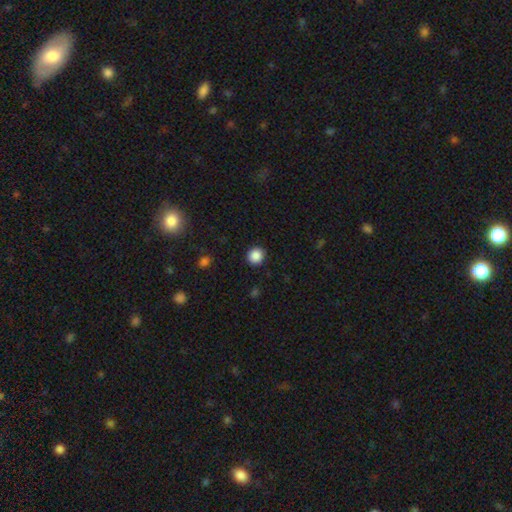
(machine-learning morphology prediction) Smooth or featured: smooth — 87% (star or artifact — 10%)
How rounded: round — 90% (in between — 9%)
Merging: none — 90% (minor disturbance — 6%)